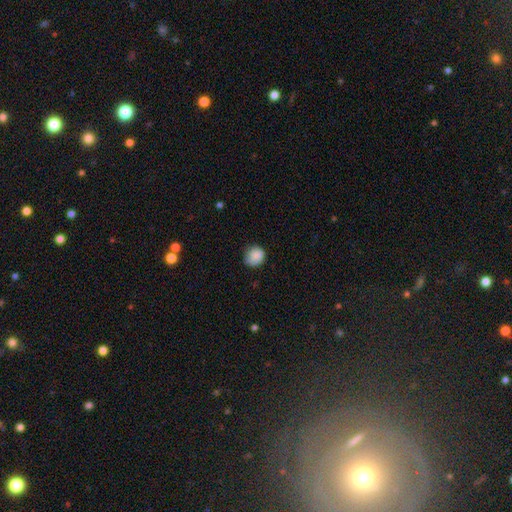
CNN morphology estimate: A smooth galaxy with no disk features (86%) that is round (81%).

Vote fractions:
- Smooth or featured? smooth: 86% / star or artifact: 8% / featured or disk: 6%
- How rounded? round: 81% / in between: 18% / cigar-shaped: 1%
- Merging? none: 65% / minor disturbance: 27% / major disturbance: 6% / merger: 2%